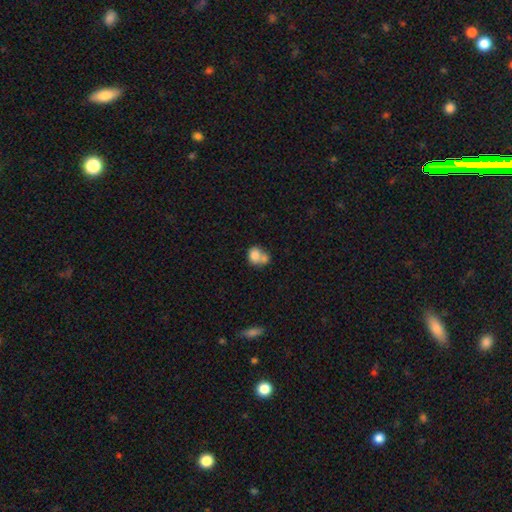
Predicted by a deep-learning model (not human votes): Overall: smooth (79%). How rounded: round (57%; in between 42%). Merging: merger (59%; none 27%).